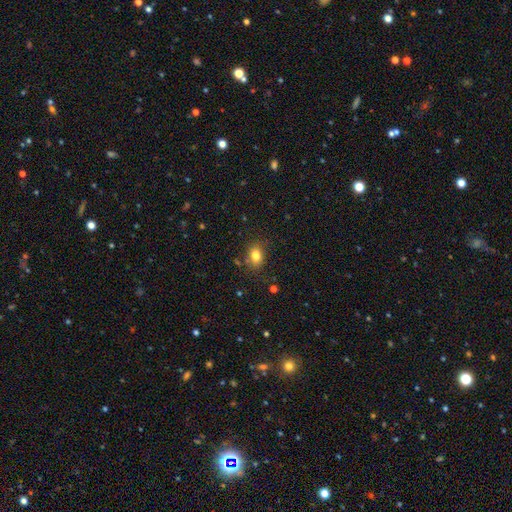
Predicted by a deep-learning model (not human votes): Overall: smooth (81%). How rounded: in between (71%). Merging: none (79%).